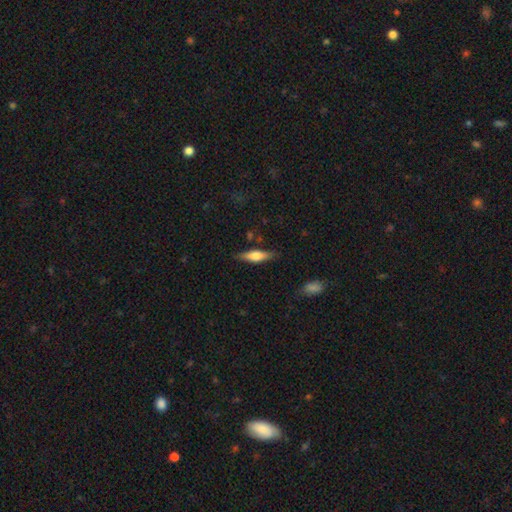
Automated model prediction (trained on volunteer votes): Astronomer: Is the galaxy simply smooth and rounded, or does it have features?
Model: smooth — 55% (runner-up: featured or disk, 39%).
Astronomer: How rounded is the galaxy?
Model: cigar-shaped — 58% (runner-up: in between, 40%).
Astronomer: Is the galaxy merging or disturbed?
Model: none — 81%.